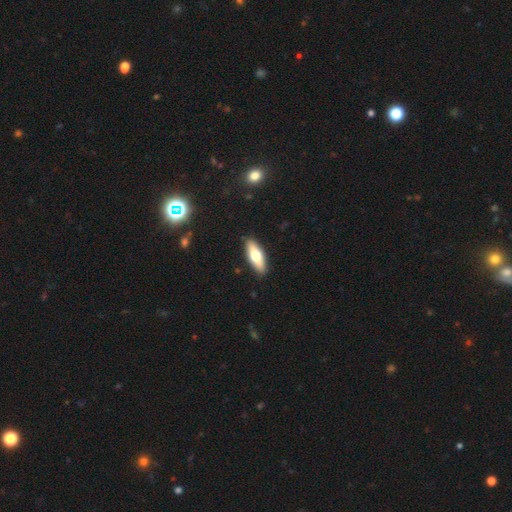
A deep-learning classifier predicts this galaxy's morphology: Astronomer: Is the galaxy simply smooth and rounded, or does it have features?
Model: smooth — 63%.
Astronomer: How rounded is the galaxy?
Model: in between — 60% (runner-up: cigar-shaped, 38%).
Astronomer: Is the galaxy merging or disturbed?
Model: none — 89%.